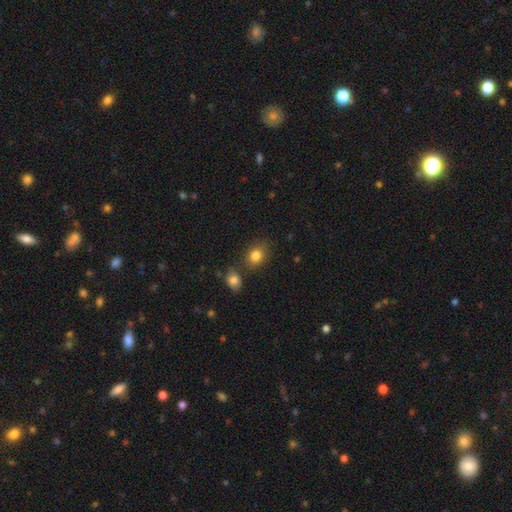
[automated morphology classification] smooth 83%, star or artifact 10%, featured or disk 7%. Down the decision tree: how rounded — round (56%); merging — none (71%).